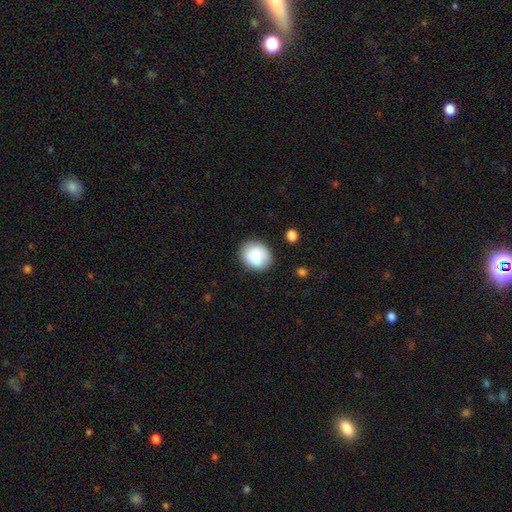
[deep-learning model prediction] smooth-or-featured: smooth: 77% | featured or disk: 15% | star or artifact: 8%
  how-rounded: round: 72% | in between: 28% | cigar-shaped: 1%
  merging: none: 82% | minor disturbance: 12% | major disturbance: 3% | merger: 2%